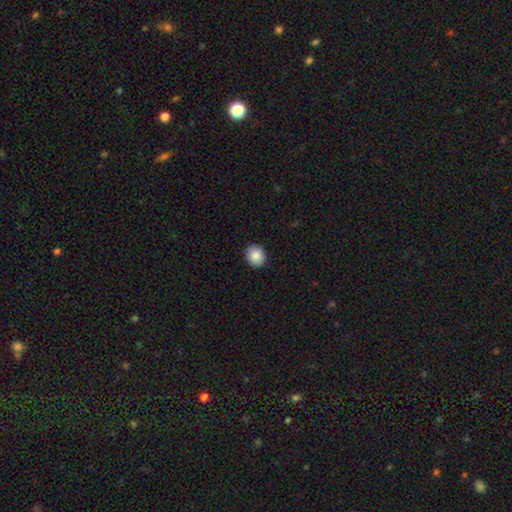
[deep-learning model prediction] smooth-or-featured: smooth: 87% | star or artifact: 8% | featured or disk: 5%
  how-rounded: round: 70% | in between: 29% | cigar-shaped: 1%
  merging: none: 90% | minor disturbance: 7% | major disturbance: 2% | merger: 1%